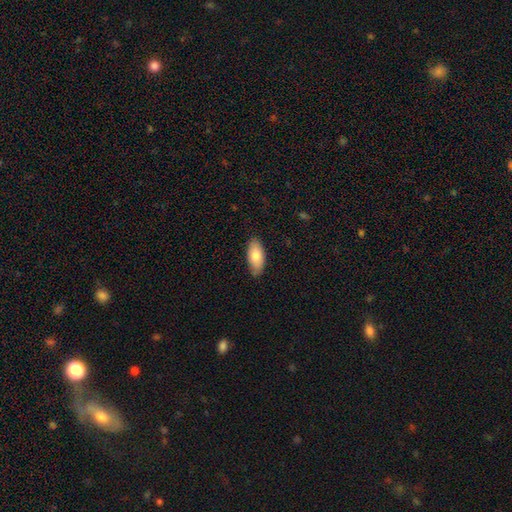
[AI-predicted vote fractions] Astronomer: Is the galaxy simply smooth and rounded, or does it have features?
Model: smooth — 77%.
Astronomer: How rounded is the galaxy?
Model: in between — 90%.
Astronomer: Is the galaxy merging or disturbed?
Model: none — 81%.